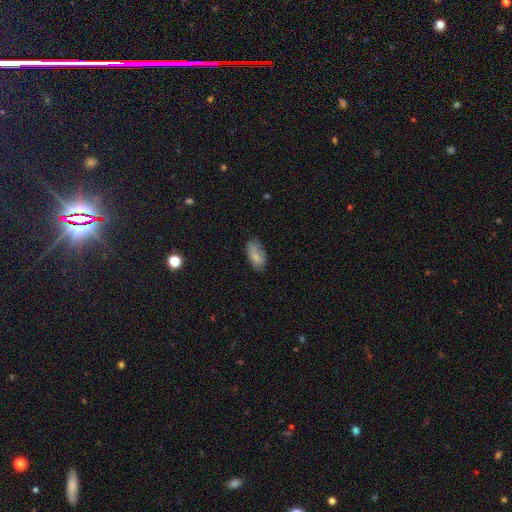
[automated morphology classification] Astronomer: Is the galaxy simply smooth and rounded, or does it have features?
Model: smooth — 80%.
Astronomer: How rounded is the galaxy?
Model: in between — 93%.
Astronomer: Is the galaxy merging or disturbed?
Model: none — 68%.